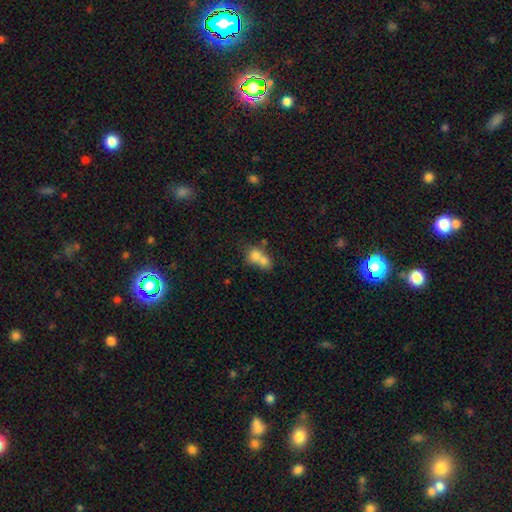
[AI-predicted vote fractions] The model was most divided on "how rounded": round: 64%, in between: 35%, cigar-shaped: 2%. More confident: smooth or featured — smooth (72%); merging — merger (70%).